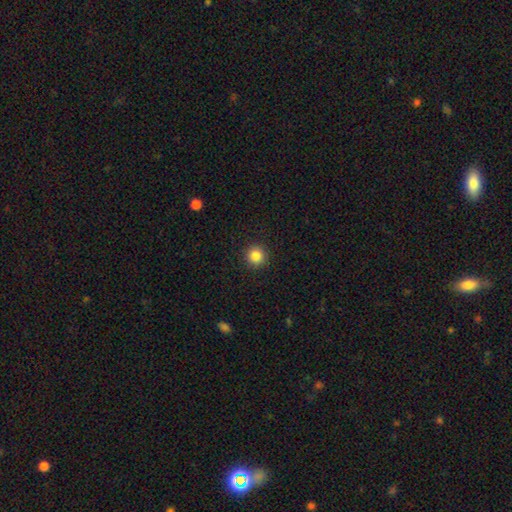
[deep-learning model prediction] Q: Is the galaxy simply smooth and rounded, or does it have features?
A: smooth — 85%.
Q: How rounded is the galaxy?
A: round — 95%.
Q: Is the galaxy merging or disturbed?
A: none — 93%.